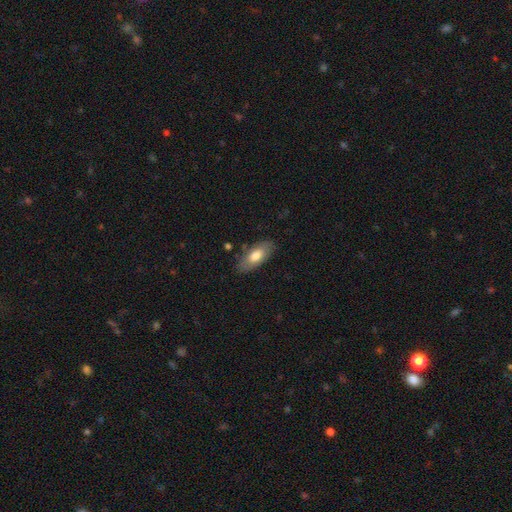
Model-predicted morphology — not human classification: Smooth or featured? smooth (73%)
How rounded? in between (85%)
Merging? none (82%)